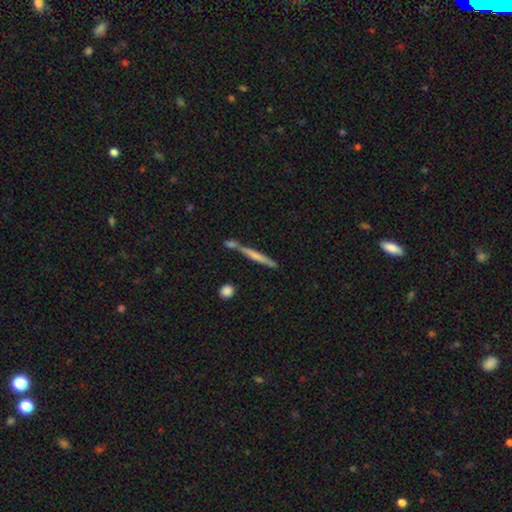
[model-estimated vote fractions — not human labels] Q: Smooth or featured?
A: smooth (52%); runner-up: featured or disk (41%)
Q: How rounded?
A: cigar-shaped (94%); runner-up: in between (4%)
Q: Merging?
A: none (62%); runner-up: merger (22%)